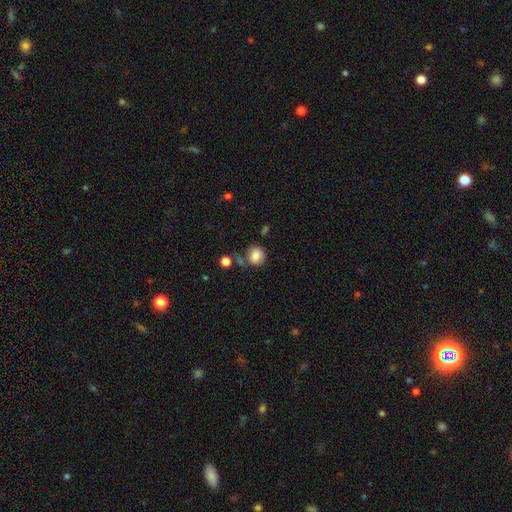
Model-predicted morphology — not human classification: Smooth or featured: smooth — 82% (star or artifact — 9%)
How rounded: round — 74% (in between — 24%)
Merging: none — 66% (minor disturbance — 17%)